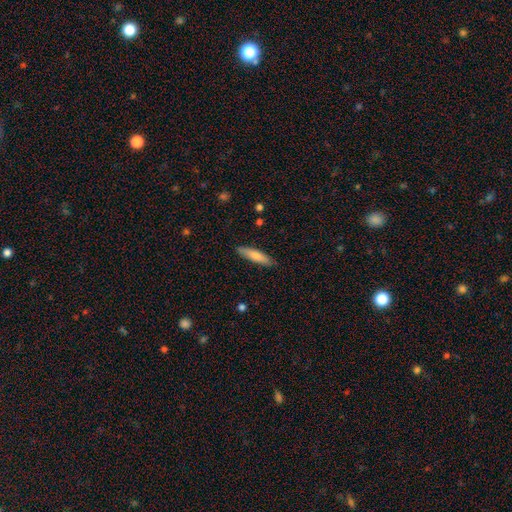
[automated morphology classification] This appears to be a smooth galaxy with no disk features (74%) that is cigar-shaped (78%). Merging: none (88%).